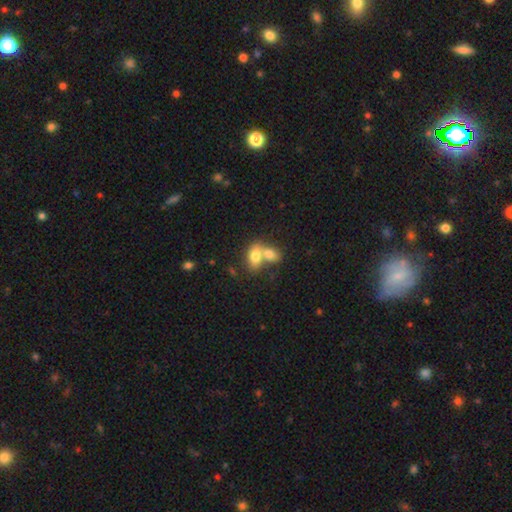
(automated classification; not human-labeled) smooth_or_featured: smooth (p=0.77) [alt: featured or disk p=0.15]
how_rounded: in between (p=0.85) [alt: round p=0.13]
merging: merger (p=0.68) [alt: none p=0.22]